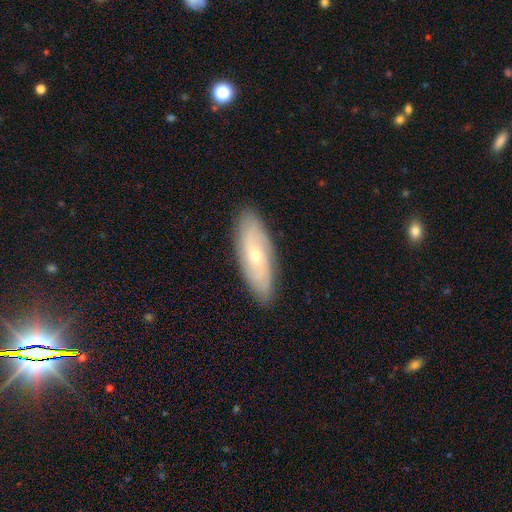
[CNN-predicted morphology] Q: Smooth or featured?
A: featured or disk (54%); runner-up: smooth (39%)
Q: Edge-on disk?
A: no (78%); runner-up: yes (22%)
Q: Merging?
A: none (87%); runner-up: minor disturbance (10%)